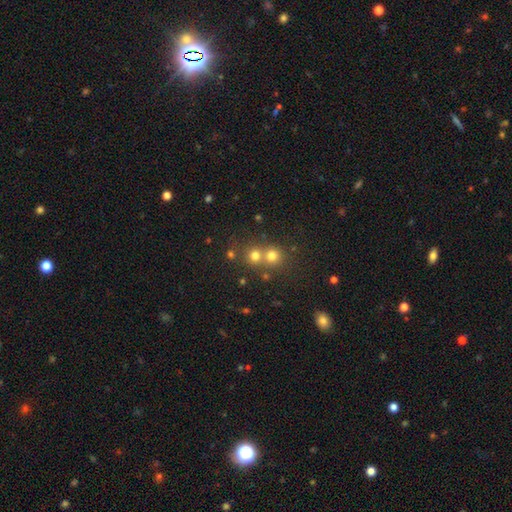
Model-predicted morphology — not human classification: Smooth or featured? smooth (69%)
How rounded? round (88%)
Merging? none (50%)